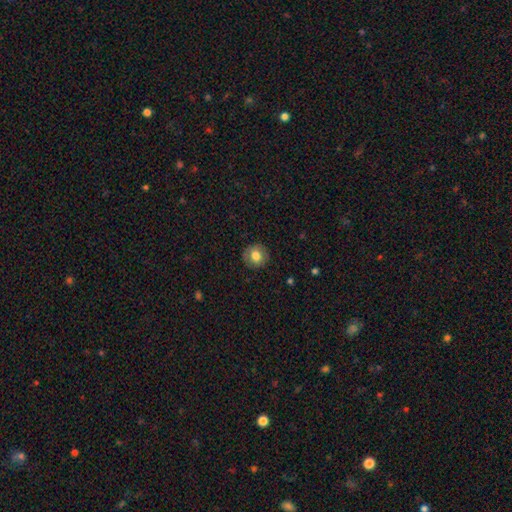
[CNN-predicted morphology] This is likely a smooth galaxy (77%). How rounded: clearly round (92%). Merging: clearly none (90%).